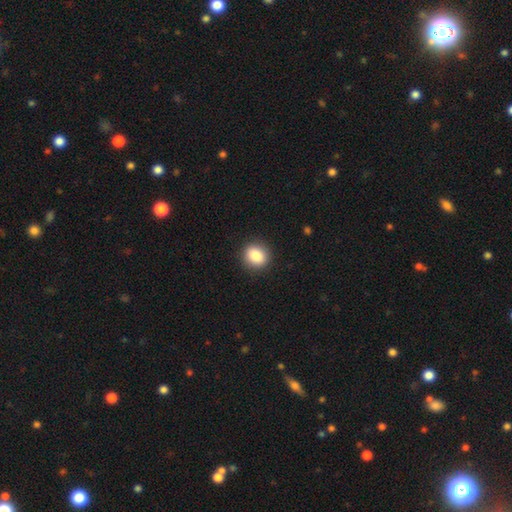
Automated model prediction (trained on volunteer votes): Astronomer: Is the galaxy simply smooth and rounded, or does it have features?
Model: smooth — 85%.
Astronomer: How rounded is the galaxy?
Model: round — 69%.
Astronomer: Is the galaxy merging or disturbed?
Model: none — 90%.